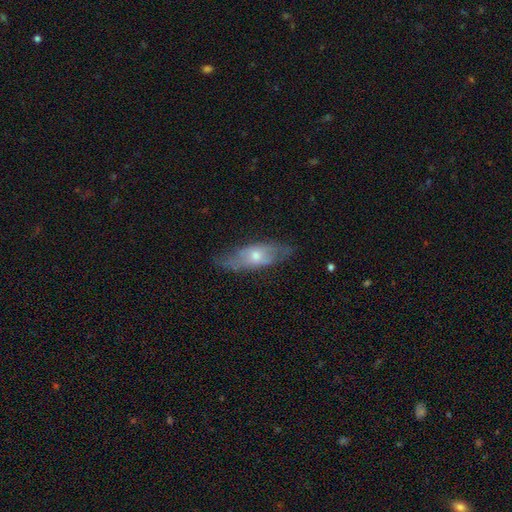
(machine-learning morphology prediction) A featured or disk galaxy (52%).

Vote fractions:
- Smooth or featured? featured or disk: 52% / smooth: 41% / star or artifact: 7%
- Edge-on disk? no: 59% / yes: 41%
- Merging? none: 70% / minor disturbance: 22% / major disturbance: 6% / merger: 1%